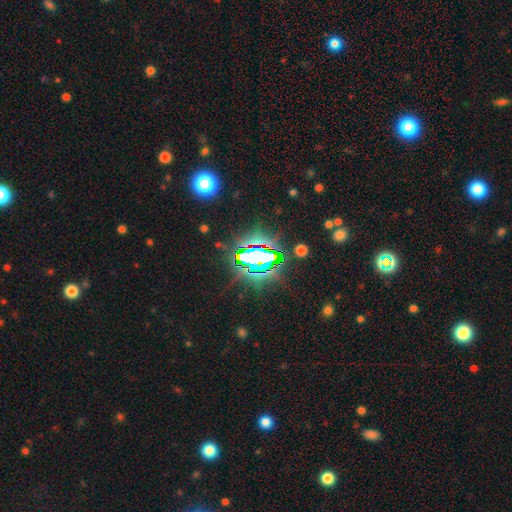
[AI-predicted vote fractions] A star or artifact, not a galaxy (76%).